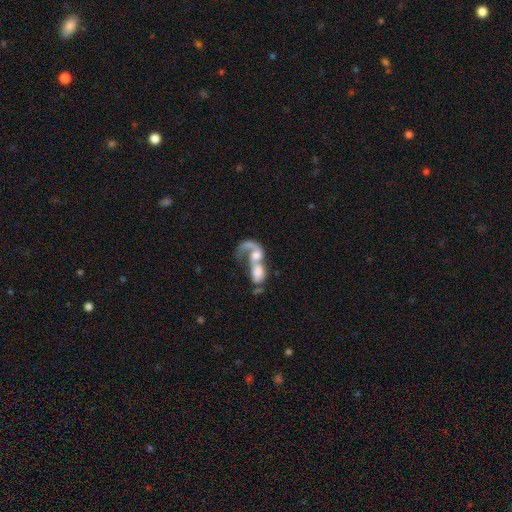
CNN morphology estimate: Smooth or featured: featured or disk — 59% (smooth — 31%)
Edge-on disk: no — 95% (yes — 5%)
Bar: no — 71% (weak — 22%)
Spiral arms: yes — 64% (no — 36%)
Bulge size: moderate — 35% (large — 26%)
Merging: merger — 75% (major disturbance — 13%)